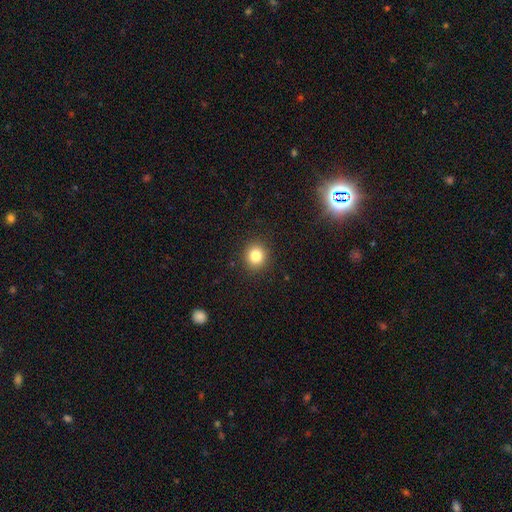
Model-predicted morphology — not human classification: Smooth or featured?
  - smooth: 83% *
  - star or artifact: 11%
  - featured or disk: 6%
How rounded?
  - round: 85% *
  - in between: 14%
  - cigar-shaped: 1%
Merging?
  - none: 91% *
  - minor disturbance: 6%
  - major disturbance: 2%
  - merger: 1%